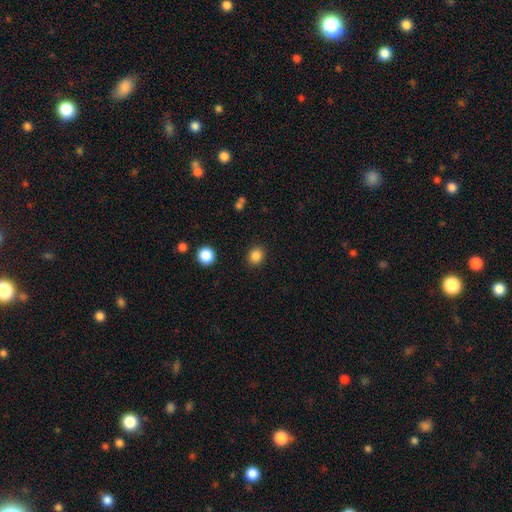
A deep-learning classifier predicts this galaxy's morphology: A smooth galaxy with no disk features (85%) that is round (69%). Merging: none (90%).